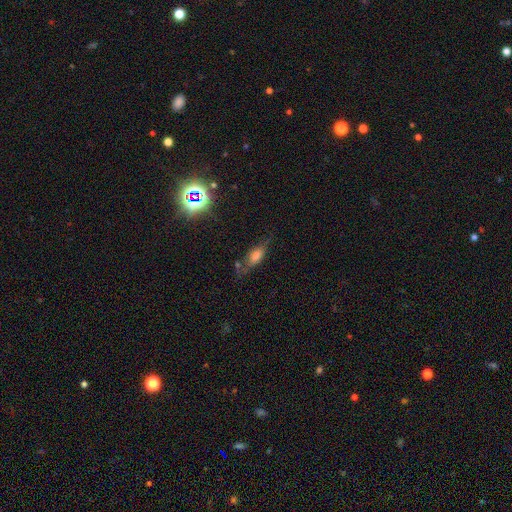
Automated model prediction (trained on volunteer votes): smooth_or_featured: smooth (p=0.52) [alt: featured or disk p=0.35]
how_rounded: in between (p=0.61) [alt: cigar-shaped p=0.34]
merging: none (p=0.61) [alt: minor disturbance p=0.23]